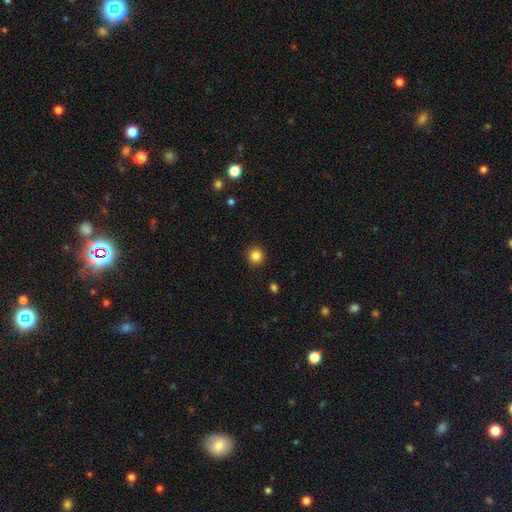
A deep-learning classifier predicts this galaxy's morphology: smooth 85%, star or artifact 11%, featured or disk 4%. Down the decision tree: how rounded — round (94%); merging — none (92%).